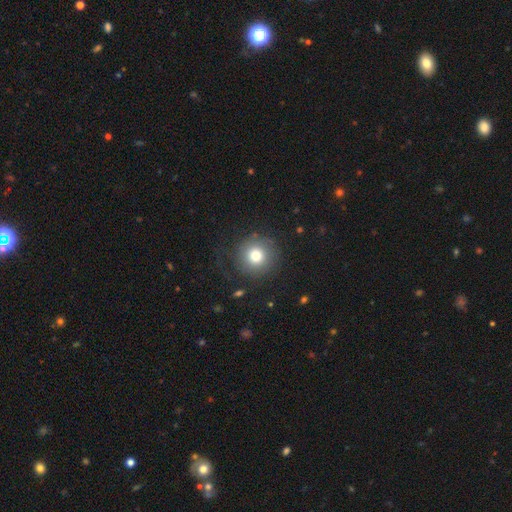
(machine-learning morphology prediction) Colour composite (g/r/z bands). It shows a smooth galaxy with no disk features (76%) that is round (94%). Merging: none (77%).